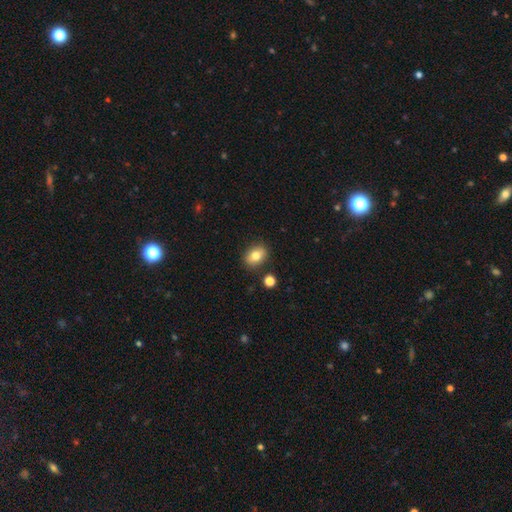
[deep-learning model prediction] This is likely a smooth galaxy (79%). How rounded: likely in between (71%). Merging: clearly none (84%).